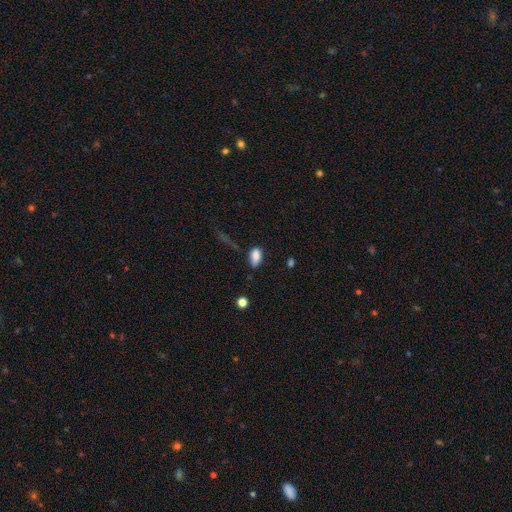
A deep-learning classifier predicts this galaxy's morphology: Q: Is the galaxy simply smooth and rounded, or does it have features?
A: smooth — 84%.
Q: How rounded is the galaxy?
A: in between — 91%.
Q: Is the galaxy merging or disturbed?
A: none — 56%.